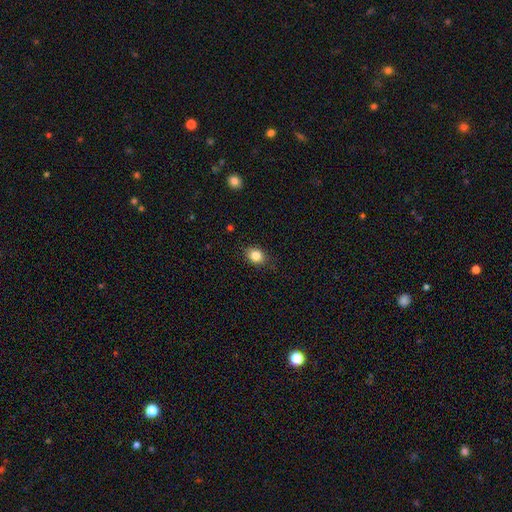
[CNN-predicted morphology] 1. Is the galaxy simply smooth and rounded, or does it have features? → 85% smooth, 10% star or artifact, 6% featured or disk.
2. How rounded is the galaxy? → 55% in between, 44% round, 1% cigar-shaped.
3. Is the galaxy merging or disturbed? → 83% none, 13% minor disturbance, 3% major disturbance, 1% merger.